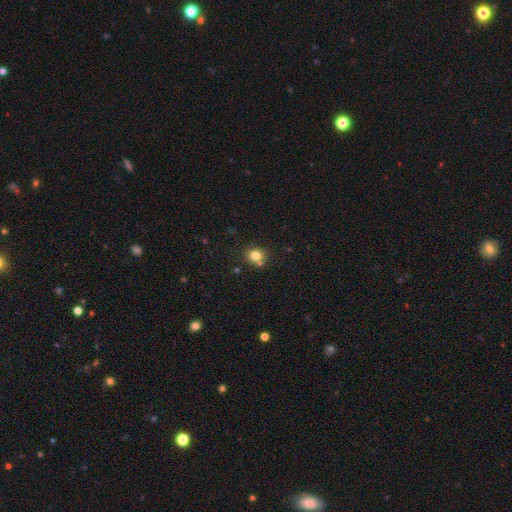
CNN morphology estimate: Overall: smooth (79%). How rounded: round (81%). Merging: none (70%).